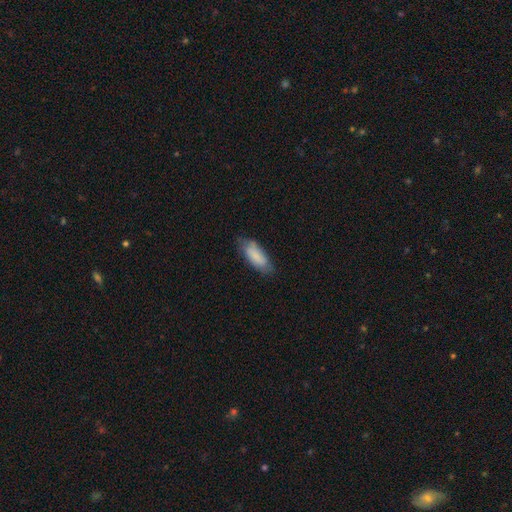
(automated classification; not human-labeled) Smooth or featured? smooth (82%)
How rounded? in between (78%)
Merging? none (69%)